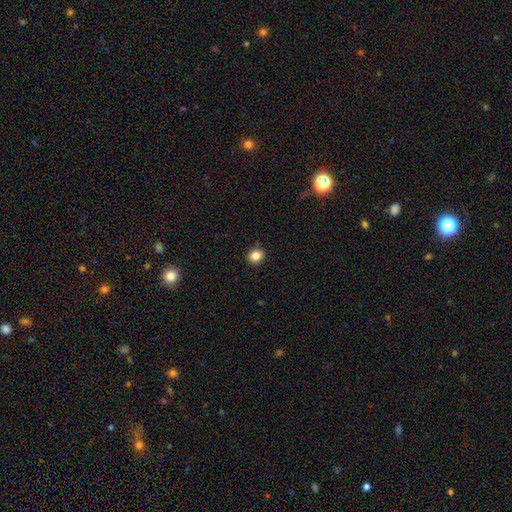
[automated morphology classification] This appears to be a smooth galaxy with no disk features (84%) that is round (66%). Merging: none (90%).